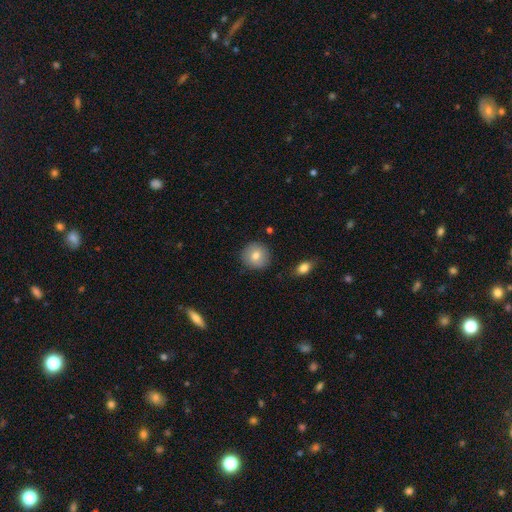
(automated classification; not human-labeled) smooth_or_featured: smooth (p=0.78) [alt: featured or disk p=0.13]
how_rounded: round (p=0.92) [alt: in between p=0.07]
merging: none (p=0.87) [alt: minor disturbance p=0.09]